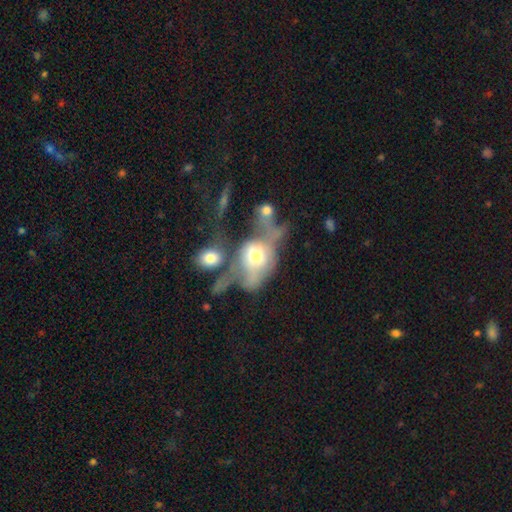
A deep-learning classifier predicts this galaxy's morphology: Smooth or featured?
  - featured or disk: 53% *
  - smooth: 38%
  - star or artifact: 9%
Edge-on disk?
  - no: 79% *
  - yes: 21%
Merging?
  - merger: 39% *
  - major disturbance: 37%
  - none: 14%
  - minor disturbance: 11%